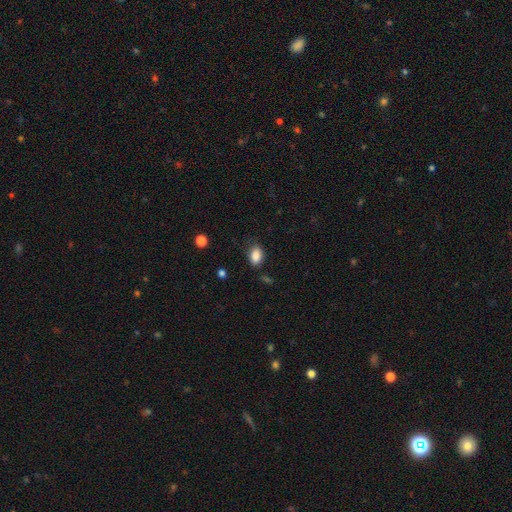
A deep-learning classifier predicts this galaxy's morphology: Q: Smooth or featured?
A: smooth (87%); runner-up: star or artifact (9%)
Q: How rounded?
A: in between (84%); runner-up: round (14%)
Q: Merging?
A: none (77%); runner-up: minor disturbance (17%)